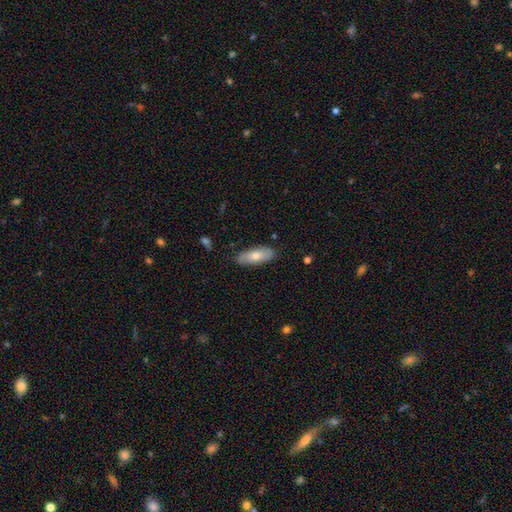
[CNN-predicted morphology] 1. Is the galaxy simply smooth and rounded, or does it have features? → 65% smooth, 29% featured or disk, 6% star or artifact.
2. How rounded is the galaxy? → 72% in between, 26% cigar-shaped, 2% round.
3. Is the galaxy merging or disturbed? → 84% none, 12% minor disturbance, 2% major disturbance, 1% merger.